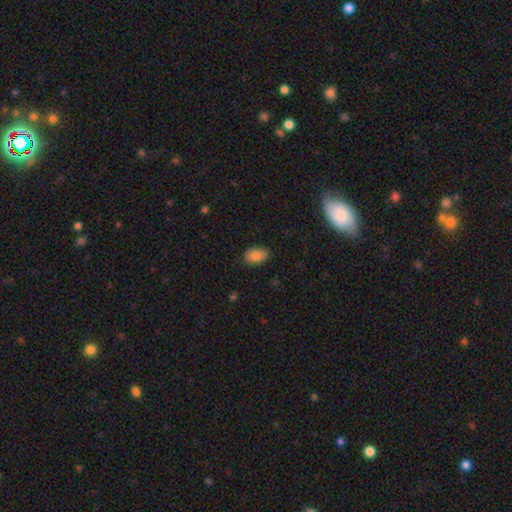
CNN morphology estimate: Smooth or featured: smooth — 84% (featured or disk — 8%)
How rounded: in between — 90% (round — 9%)
Merging: none — 85% (minor disturbance — 12%)